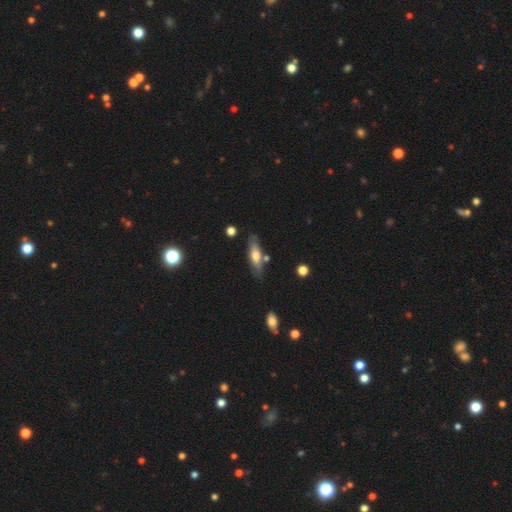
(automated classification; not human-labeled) smooth 55%, featured or disk 38%, star or artifact 6%. Down the decision tree: how rounded — cigar-shaped (55%); merging — none (76%).